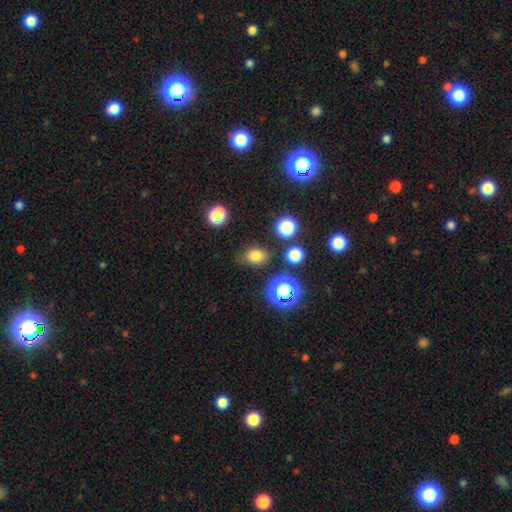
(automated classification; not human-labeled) A smooth galaxy with no disk features (77%) that is in between round and cigar-shaped (65%). Merging: none (78%).